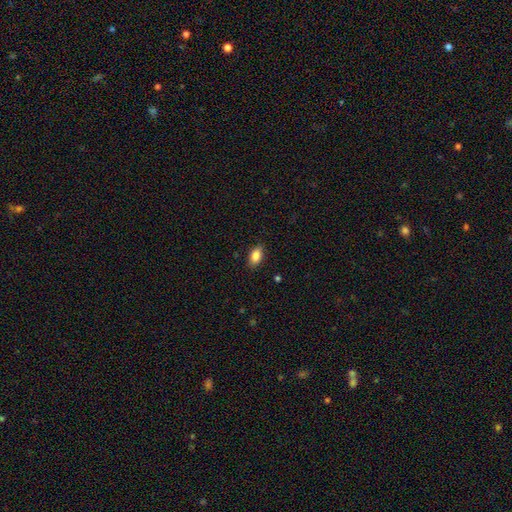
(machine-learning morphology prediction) Q: Smooth or featured?
A: smooth (85%); runner-up: star or artifact (8%)
Q: How rounded?
A: in between (90%); runner-up: round (6%)
Q: Merging?
A: none (87%); runner-up: minor disturbance (10%)